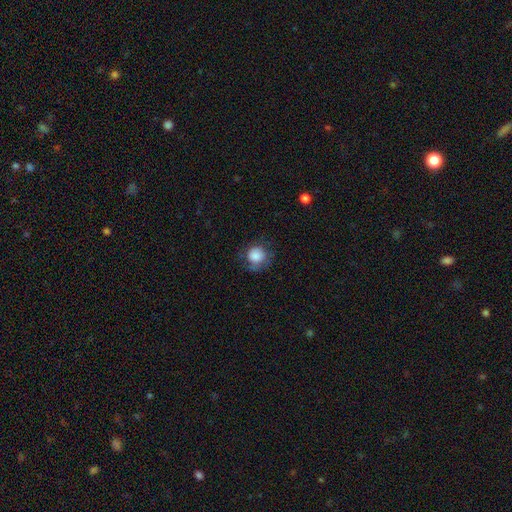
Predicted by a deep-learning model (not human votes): This is likely a smooth galaxy (79%). How rounded: clearly round (87%). Merging: possibly none (60%).